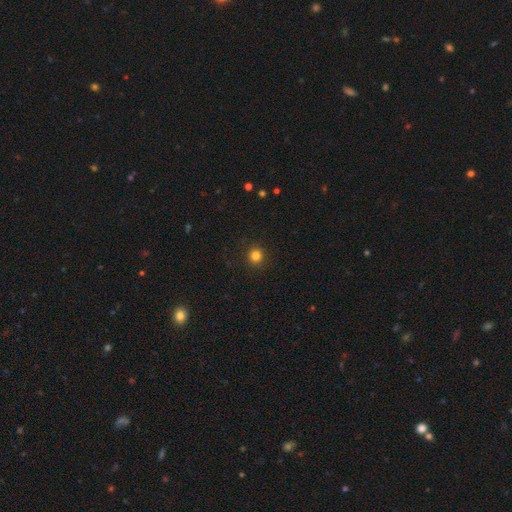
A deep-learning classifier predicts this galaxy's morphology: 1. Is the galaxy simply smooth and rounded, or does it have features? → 82% smooth, 14% star or artifact, 4% featured or disk.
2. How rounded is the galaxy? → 93% round, 6% in between, 1% cigar-shaped.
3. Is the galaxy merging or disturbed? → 92% none, 5% minor disturbance, 2% major disturbance, 1% merger.